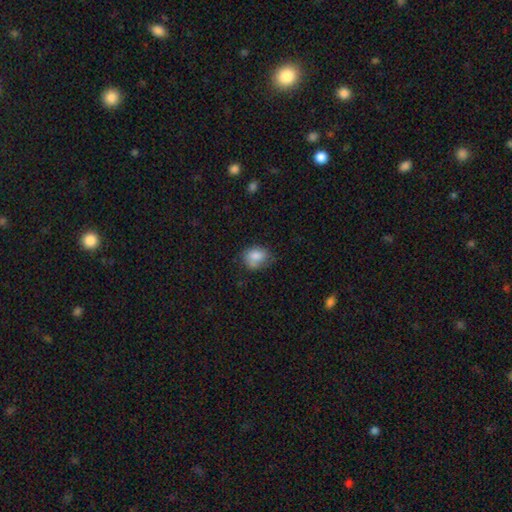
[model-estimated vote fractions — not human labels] smooth-or-featured: smooth: 79% | featured or disk: 13% | star or artifact: 8%
  how-rounded: in between: 55% | round: 44% | cigar-shaped: 1%
  merging: none: 58% | minor disturbance: 30% | major disturbance: 10% | merger: 2%